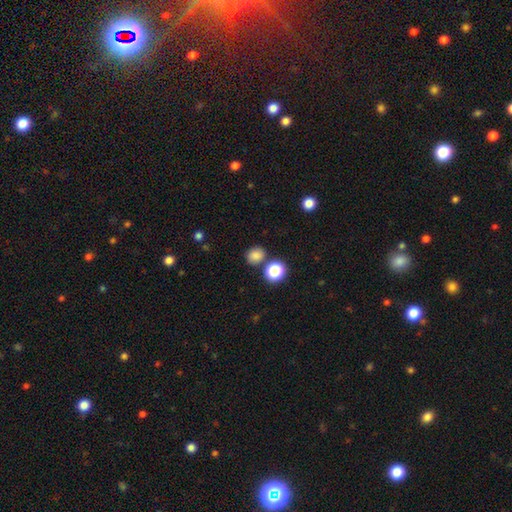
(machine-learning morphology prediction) smooth 81%, star or artifact 14%, featured or disk 5%. Down the decision tree: how rounded — round (71%); merging — none (76%).